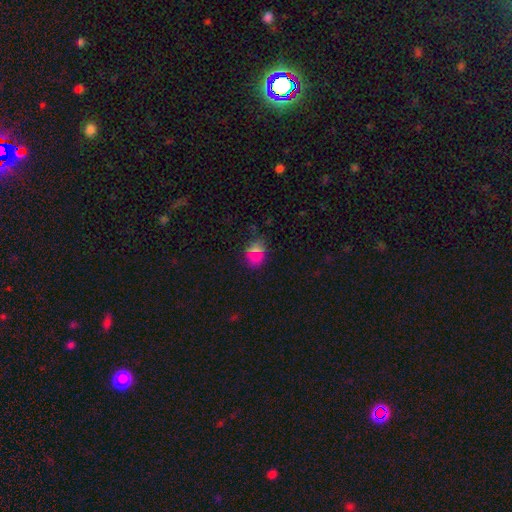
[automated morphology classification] Smooth or featured?
  - smooth: 68% *
  - star or artifact: 25%
  - featured or disk: 7%
How rounded?
  - round: 61% *
  - in between: 36%
  - cigar-shaped: 2%
Merging?
  - none: 82% *
  - minor disturbance: 12%
  - major disturbance: 4%
  - merger: 2%